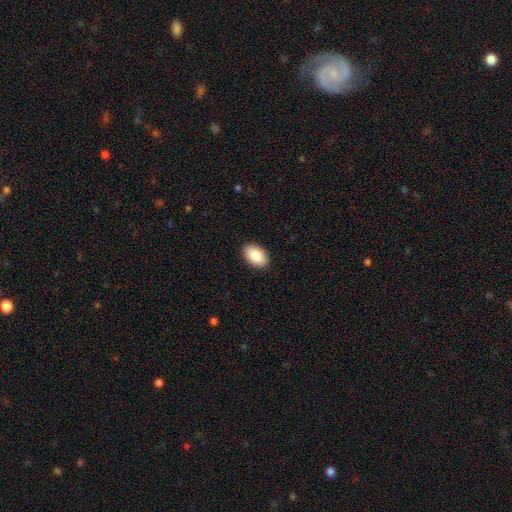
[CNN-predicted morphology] Overall: smooth (87%). How rounded: in between (93%). Merging: none (90%).